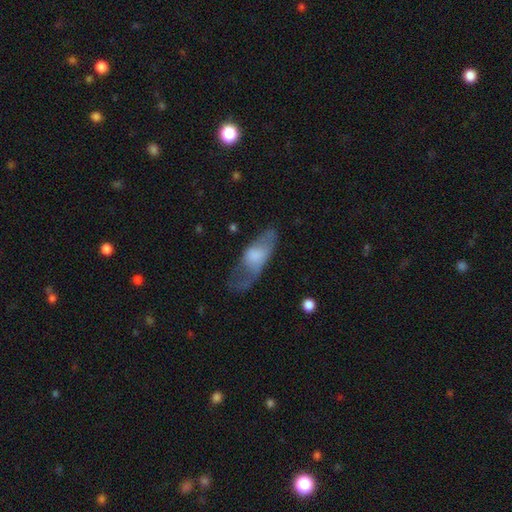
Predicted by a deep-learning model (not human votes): Smooth or featured: smooth — 56% (featured or disk — 36%)
How rounded: in between — 76% (cigar-shaped — 20%)
Merging: none — 37% (major disturbance — 34%)